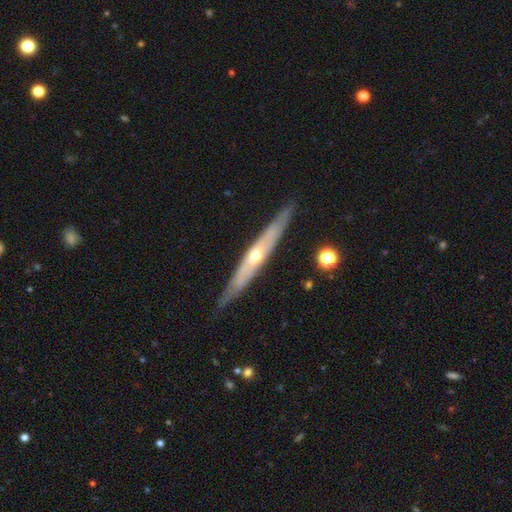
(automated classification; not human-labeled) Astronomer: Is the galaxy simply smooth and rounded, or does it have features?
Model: featured or disk — 71%.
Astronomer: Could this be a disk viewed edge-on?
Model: yes — 88%.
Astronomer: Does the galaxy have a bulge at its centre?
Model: rounded — 74%.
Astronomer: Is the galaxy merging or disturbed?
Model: none — 87%.